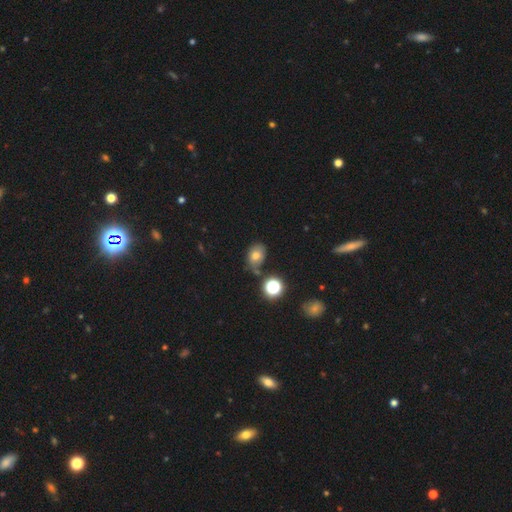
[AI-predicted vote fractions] smooth-or-featured: smooth: 68% | star or artifact: 18% | featured or disk: 14%
  how-rounded: in between: 67% | round: 32% | cigar-shaped: 1%
  merging: none: 66% | minor disturbance: 21% | merger: 8% | major disturbance: 5%